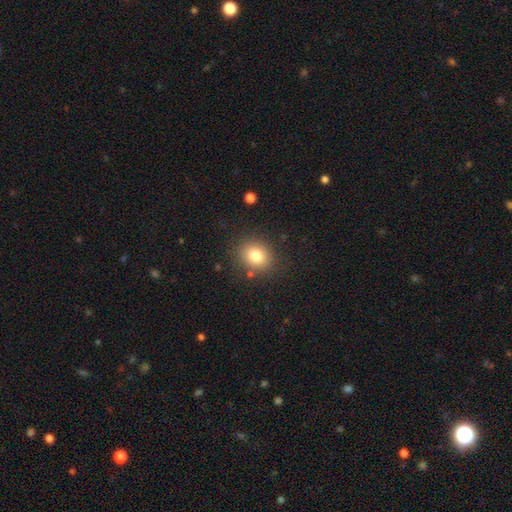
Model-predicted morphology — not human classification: smooth_or_featured: smooth (p=0.80) [alt: star or artifact p=0.12]
how_rounded: round (p=0.64) [alt: in between p=0.35]
merging: none (p=0.84) [alt: minor disturbance p=0.10]